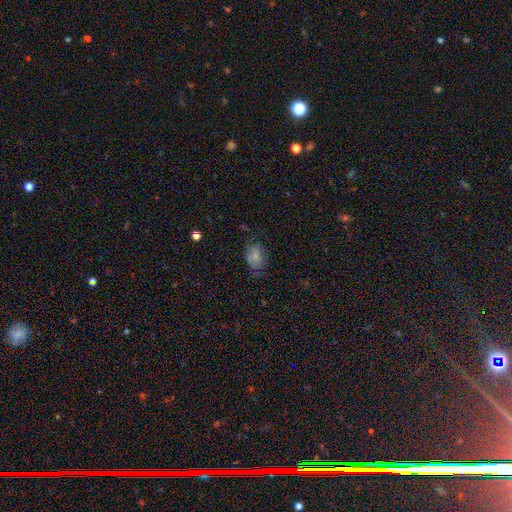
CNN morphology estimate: Overall: smooth (48%; star or artifact 28%). Merging: none (68%).